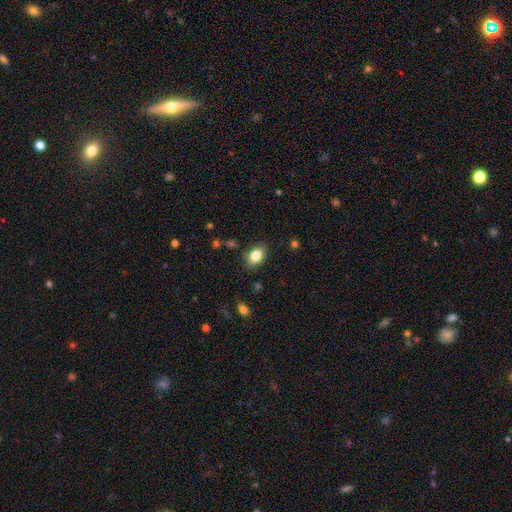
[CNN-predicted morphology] smooth-or-featured: smooth: 82% | featured or disk: 9% | star or artifact: 9%
  how-rounded: in between: 80% | round: 19% | cigar-shaped: 1%
  merging: none: 82% | minor disturbance: 13% | major disturbance: 3% | merger: 2%